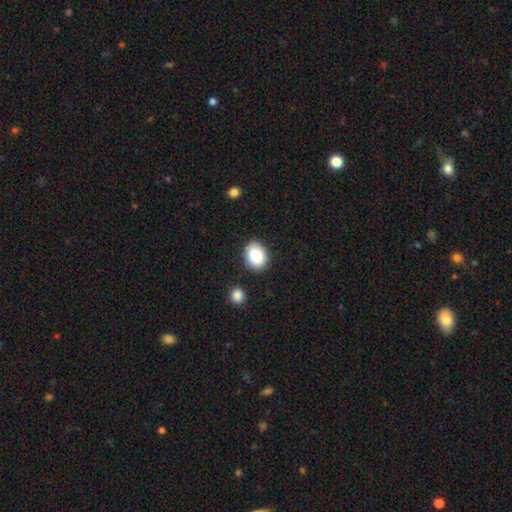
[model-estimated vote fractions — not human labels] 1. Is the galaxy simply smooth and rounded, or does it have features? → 87% smooth, 7% star or artifact, 5% featured or disk.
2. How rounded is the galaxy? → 63% in between, 36% round, 1% cigar-shaped.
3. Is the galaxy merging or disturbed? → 84% none, 10% minor disturbance, 3% merger, 3% major disturbance.